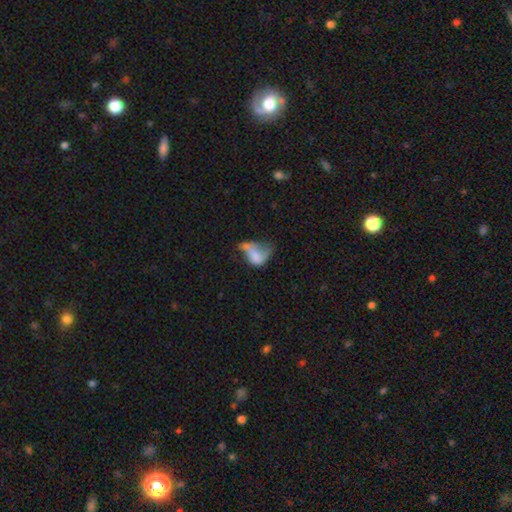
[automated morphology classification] type=smooth (55%); roundness=in between (83%); merging=major disturbance (44%).